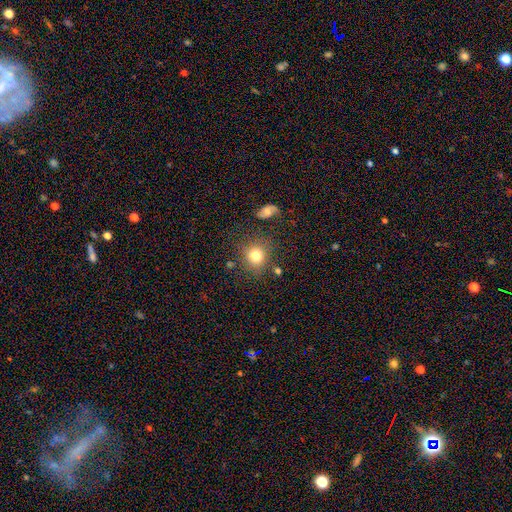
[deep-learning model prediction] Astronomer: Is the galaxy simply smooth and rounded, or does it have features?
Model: smooth — 80%.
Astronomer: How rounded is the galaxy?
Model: round — 79%.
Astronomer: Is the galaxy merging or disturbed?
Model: none — 77%.